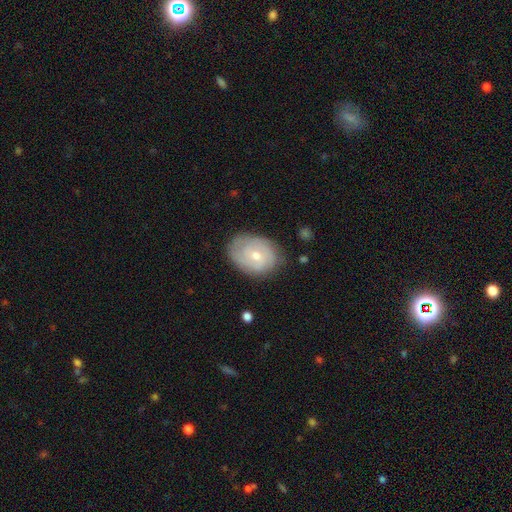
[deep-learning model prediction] smooth_or_featured: featured or disk (p=0.57) [alt: smooth p=0.36]
disk_edge_on: no (p=0.96) [alt: yes p=0.04]
bar: no (p=0.71) [alt: weak p=0.26]
has_spiral_arms: yes (p=0.81) [alt: no p=0.19]
bulge_size: moderate (p=0.50) [alt: small p=0.47]
merging: none (p=0.73) [alt: minor disturbance p=0.20]